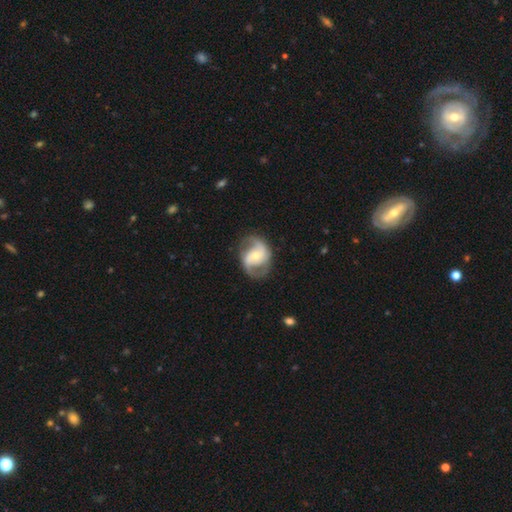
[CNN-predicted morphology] Smooth or featured? featured or disk (80%)
Edge-on disk? no (97%)
Bar? no (53%)
Spiral arms? yes (92%)
Spiral winding? medium (48%)
Spiral arm count? 2 (89%)
Bulge size? moderate (51%)
Merging? none (74%)